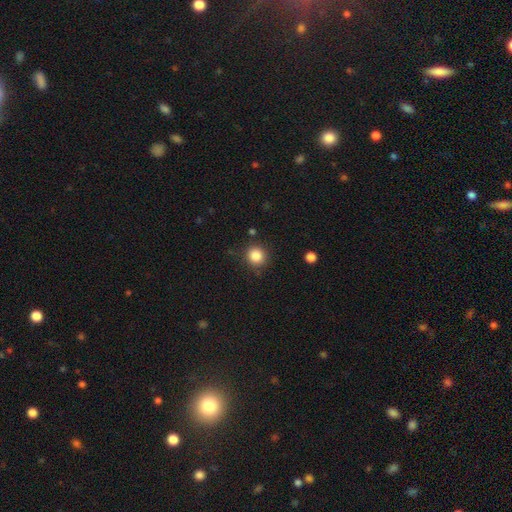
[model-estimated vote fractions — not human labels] Smooth or featured? smooth (85%)
How rounded? round (91%)
Merging? none (86%)